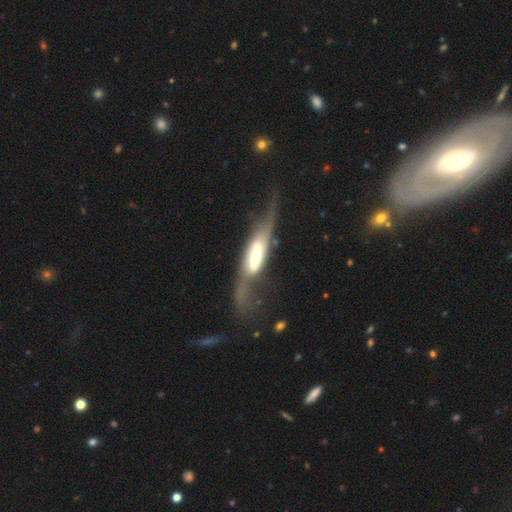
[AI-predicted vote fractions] A featured or disk galaxy (73%). Merging: none (37%).